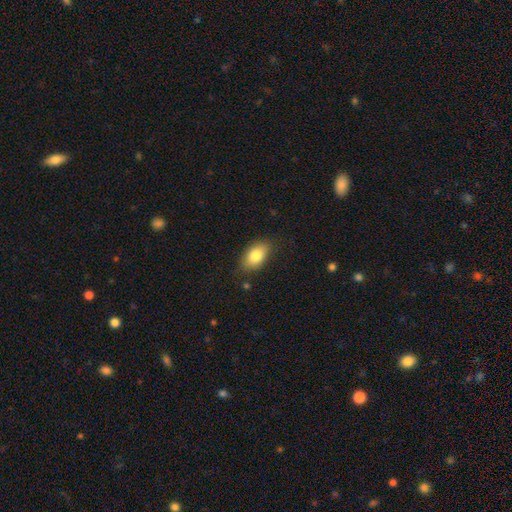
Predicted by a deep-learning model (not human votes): This appears to be a smooth galaxy with no disk features (81%) that is in between round and cigar-shaped (91%). Merging: none (82%).